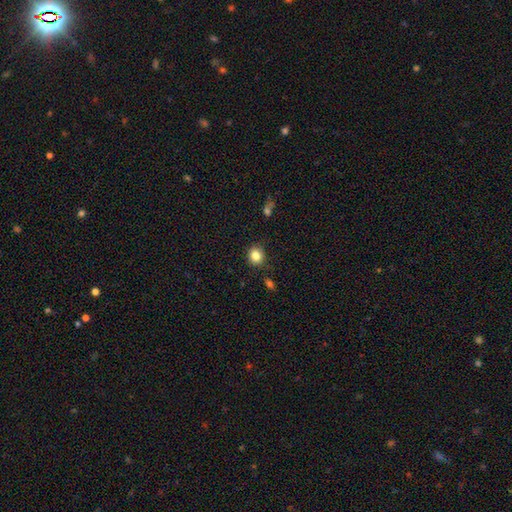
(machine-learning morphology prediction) type=smooth (83%); roundness=round (81%); merging=none (86%).